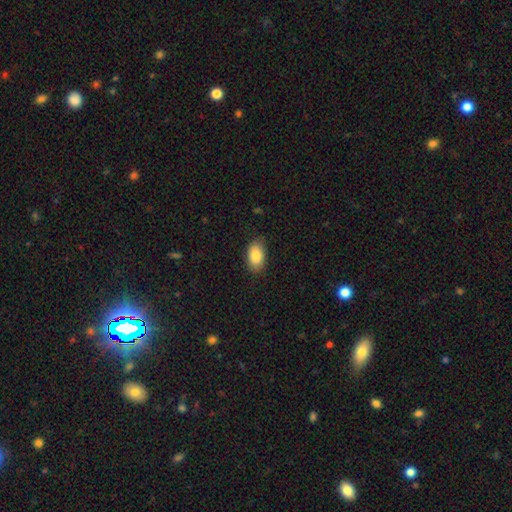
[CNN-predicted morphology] Q: Smooth or featured?
A: smooth (86%); runner-up: featured or disk (7%)
Q: How rounded?
A: in between (92%); runner-up: round (6%)
Q: Merging?
A: none (83%); runner-up: minor disturbance (13%)